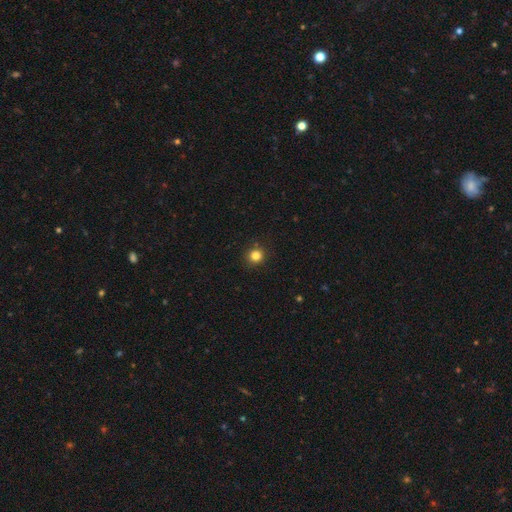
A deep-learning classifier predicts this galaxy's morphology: Overall: smooth (82%). How rounded: round (93%). Merging: none (91%).